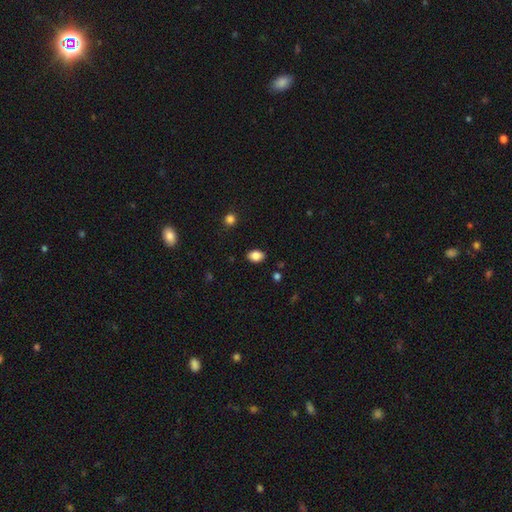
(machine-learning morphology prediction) The model was most divided on "how rounded": in between: 77%, round: 22%, cigar-shaped: 1%. More confident: merging — none (86%); smooth or featured — smooth (85%).